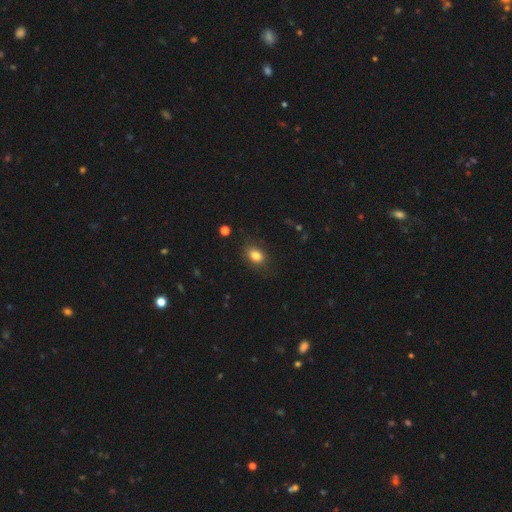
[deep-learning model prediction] Smooth or featured? Predicted: smooth (p=0.82). How rounded? Predicted: in between (p=0.76). Merging? Predicted: none (p=0.81).